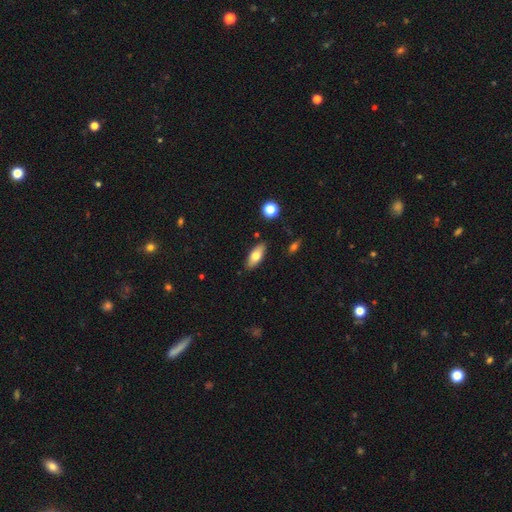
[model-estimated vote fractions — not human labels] This appears to be a smooth galaxy with no disk features (70%) that is in between round and cigar-shaped (77%). Merging: none (87%).